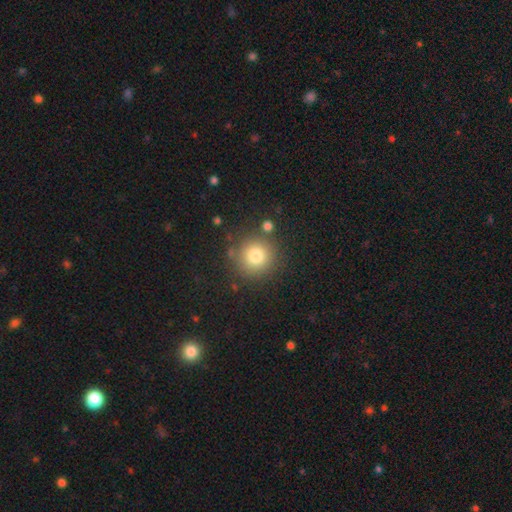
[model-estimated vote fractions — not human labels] Smooth or featured? Predicted: smooth (p=0.79). How rounded? Predicted: round (p=0.94). Merging? Predicted: none (p=0.83).